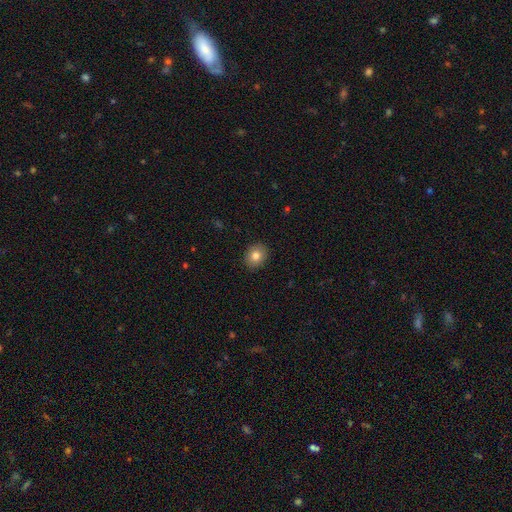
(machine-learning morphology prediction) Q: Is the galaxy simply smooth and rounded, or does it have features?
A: smooth — 81%.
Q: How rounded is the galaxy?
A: round — 63%.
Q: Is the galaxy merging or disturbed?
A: none — 91%.